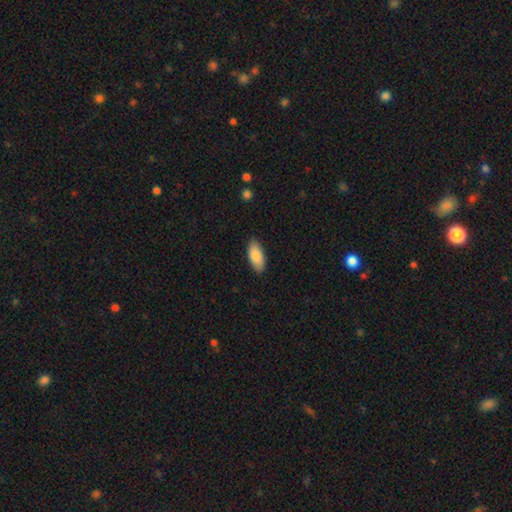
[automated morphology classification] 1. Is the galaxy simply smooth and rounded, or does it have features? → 87% smooth, 7% featured or disk, 6% star or artifact.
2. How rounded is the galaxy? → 89% in between, 9% cigar-shaped, 2% round.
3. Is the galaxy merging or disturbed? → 85% none, 11% minor disturbance, 2% major disturbance, 1% merger.